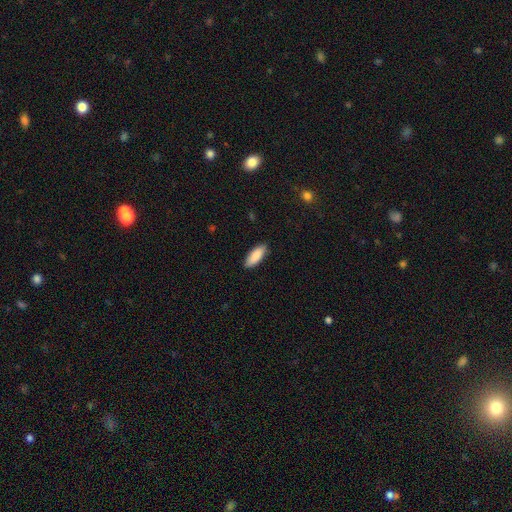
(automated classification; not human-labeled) Smooth or featured? smooth (89%)
How rounded? in between (73%)
Merging? none (87%)